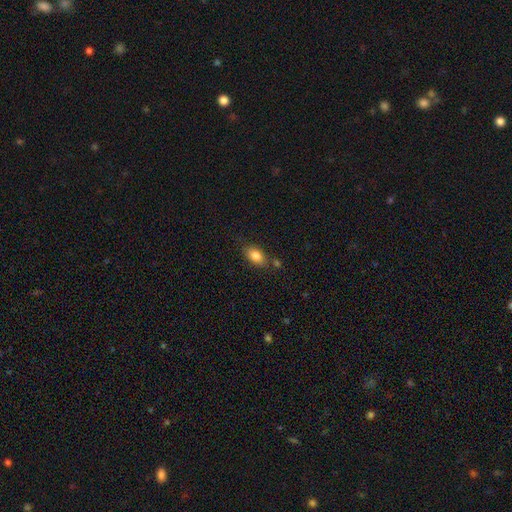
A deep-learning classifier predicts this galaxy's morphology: The model was most divided on "merging": none: 73%, minor disturbance: 15%, merger: 8%, major disturbance: 4%. More confident: how rounded — in between (85%); smooth or featured — smooth (82%).